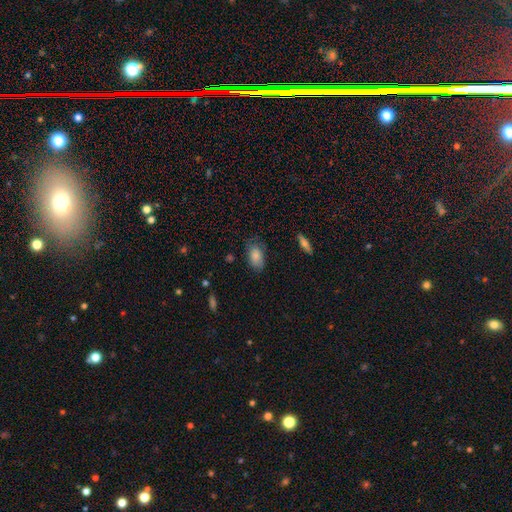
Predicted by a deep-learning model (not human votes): Overall: smooth (83%). How rounded: in between (92%). Merging: none (70%).